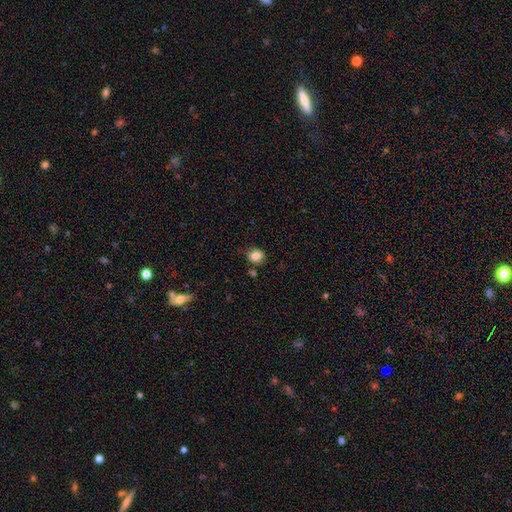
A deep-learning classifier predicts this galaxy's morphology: Q: Smooth or featured?
A: smooth (83%); runner-up: star or artifact (10%)
Q: How rounded?
A: in between (53%); runner-up: round (46%)
Q: Merging?
A: none (71%); runner-up: minor disturbance (19%)